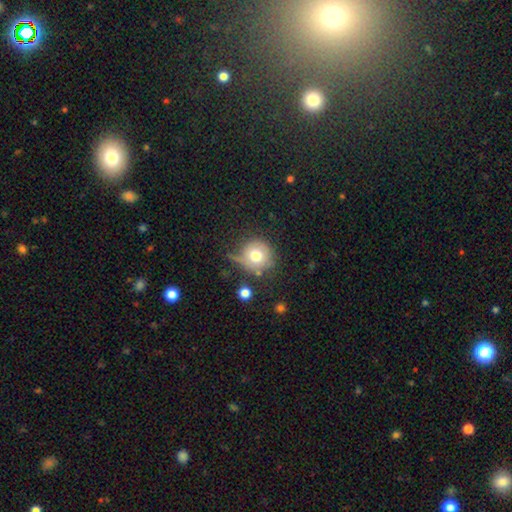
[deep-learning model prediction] Morphology: type=smooth (71%); roundness=round (92%); merging=none (58%).